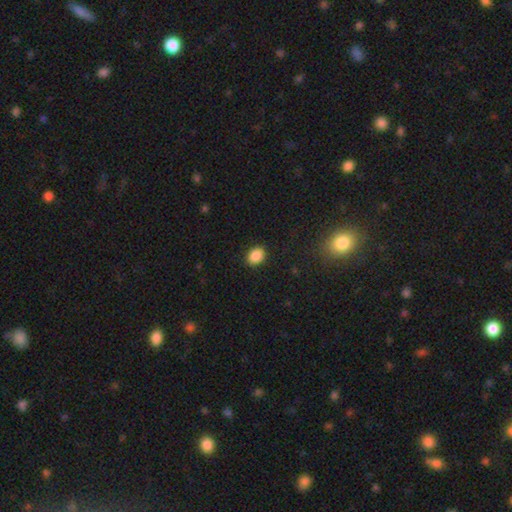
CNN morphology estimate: A smooth galaxy with no disk features (88%) that is in between round and cigar-shaped (63%). Merging: none (88%).